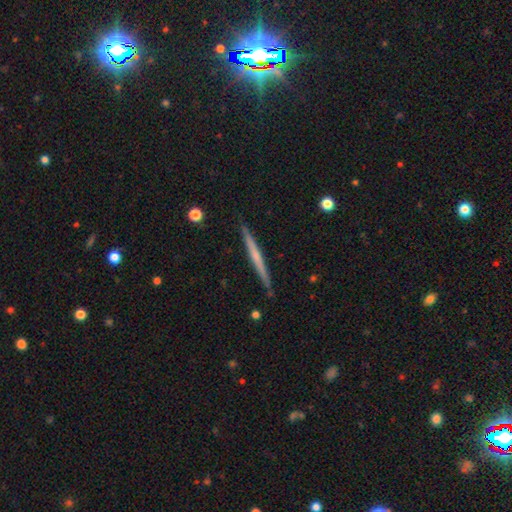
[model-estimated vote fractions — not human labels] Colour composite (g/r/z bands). It shows a featured or disk galaxy (54%) viewed edge-on (98%) with no central bulge (77%). Merging: none (90%).